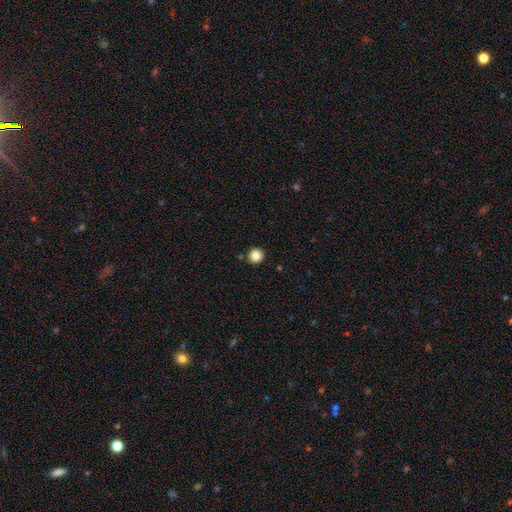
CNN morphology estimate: Q: Smooth or featured?
A: smooth (85%); runner-up: star or artifact (11%)
Q: How rounded?
A: round (95%); runner-up: in between (4%)
Q: Merging?
A: none (90%); runner-up: minor disturbance (5%)